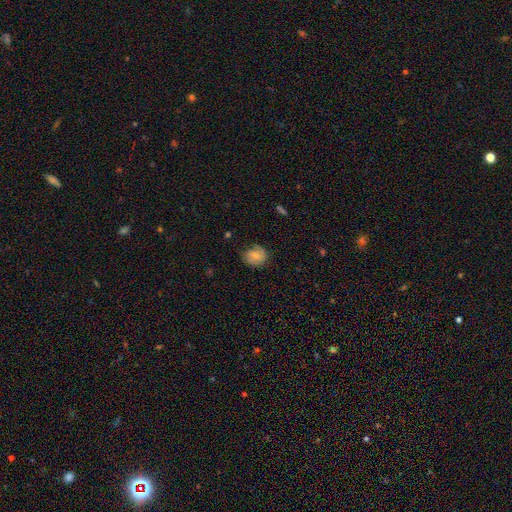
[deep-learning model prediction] Smooth or featured? Predicted: smooth (p=0.60). How rounded? Predicted: round (p=0.66). Merging? Predicted: none (p=0.71).